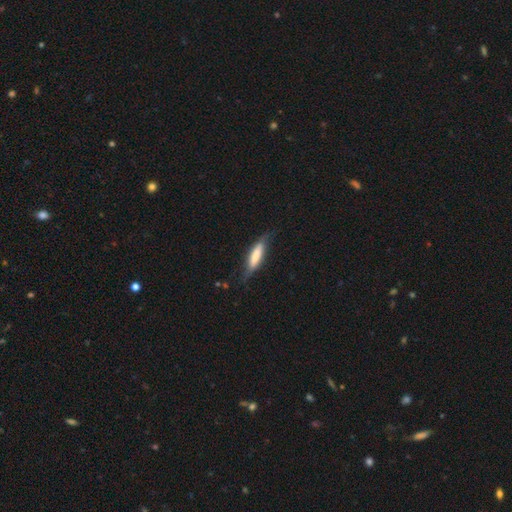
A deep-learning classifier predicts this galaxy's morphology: This appears to be a smooth galaxy with no disk features (62%) that is cigar-shaped (65%). Merging: none (64%).